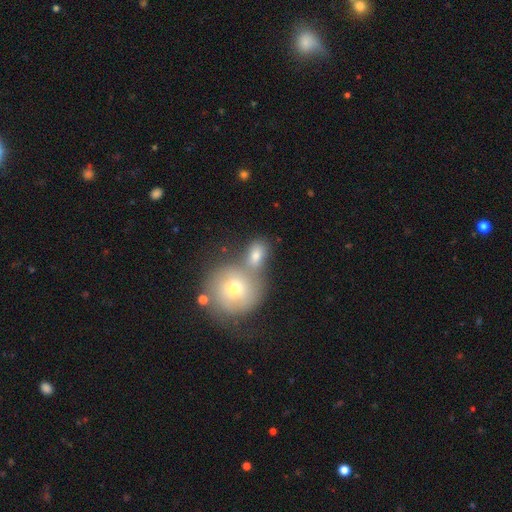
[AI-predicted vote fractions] Overall: smooth (73%). How rounded: in between (49%; round 48%). Merging: merger (43%; none 42%).